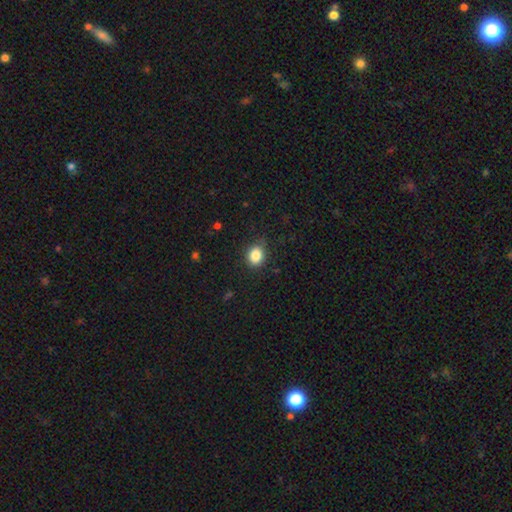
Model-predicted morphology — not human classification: A smooth galaxy with no disk features (85%) that is round (56%).

Vote fractions:
- Smooth or featured? smooth: 85% / star or artifact: 10% / featured or disk: 5%
- How rounded? round: 56% / in between: 43% / cigar-shaped: 1%
- Merging? none: 79% / minor disturbance: 16% / major disturbance: 3% / merger: 1%